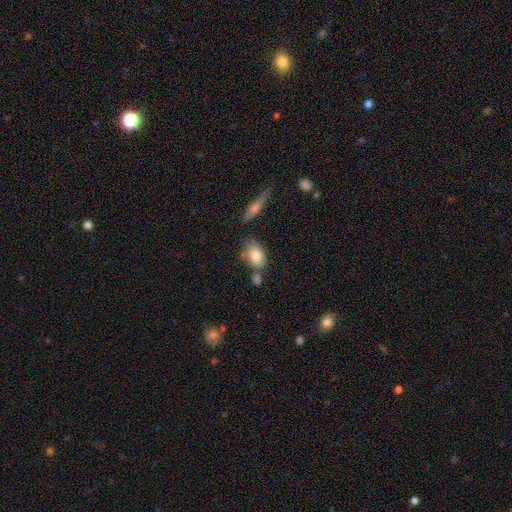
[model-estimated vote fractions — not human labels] This appears to be a smooth galaxy with no disk features (78%) that is in between round and cigar-shaped (84%). Merging: none (55%).